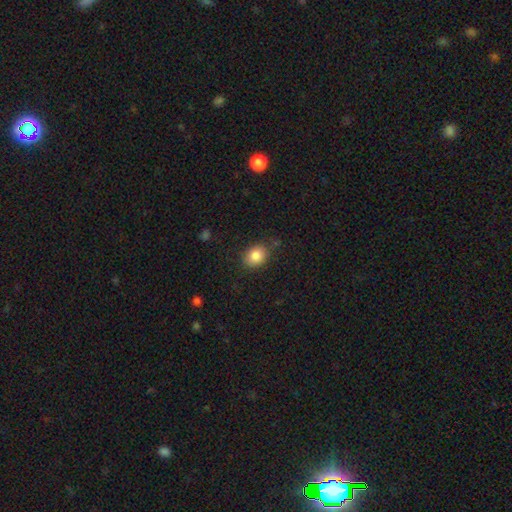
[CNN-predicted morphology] Smooth or featured? smooth (85%)
How rounded? in between (58%)
Merging? none (80%)